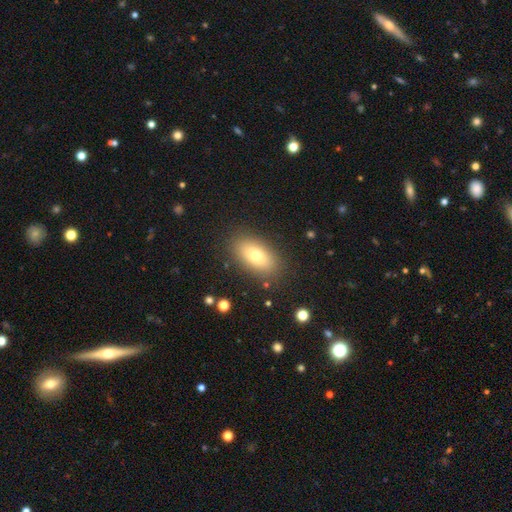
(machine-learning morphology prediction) Smooth or featured? smooth (71%)
How rounded? in between (88%)
Merging? none (86%)